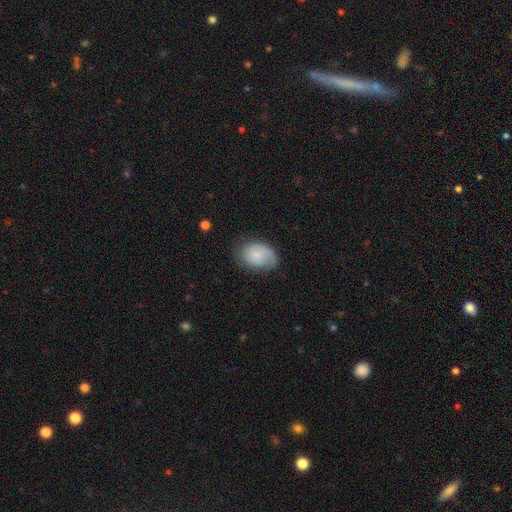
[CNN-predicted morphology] Smooth or featured? Predicted: smooth (p=0.61). How rounded? Predicted: in between (p=0.72). Merging? Predicted: none (p=0.62).